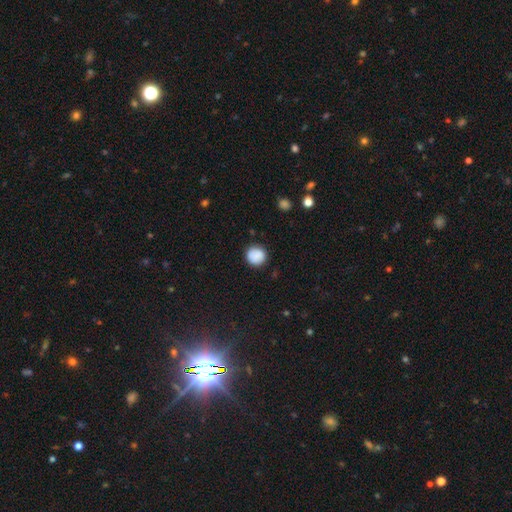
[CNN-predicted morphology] Smooth or featured: smooth — 88% (star or artifact — 8%)
How rounded: round — 92% (in between — 7%)
Merging: none — 88% (minor disturbance — 8%)